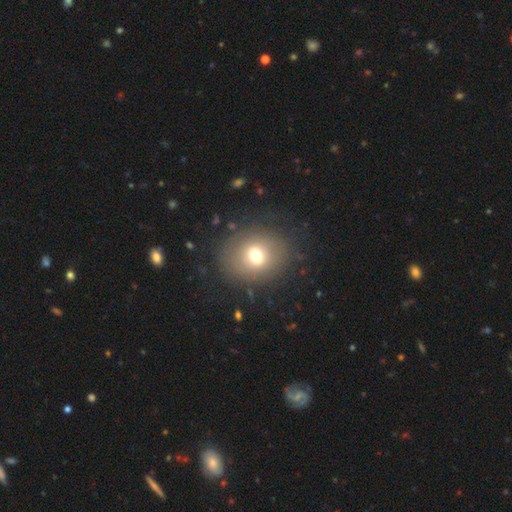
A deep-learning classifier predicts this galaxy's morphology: A smooth galaxy with no disk features (67%) that is round (66%). Merging: none (79%).